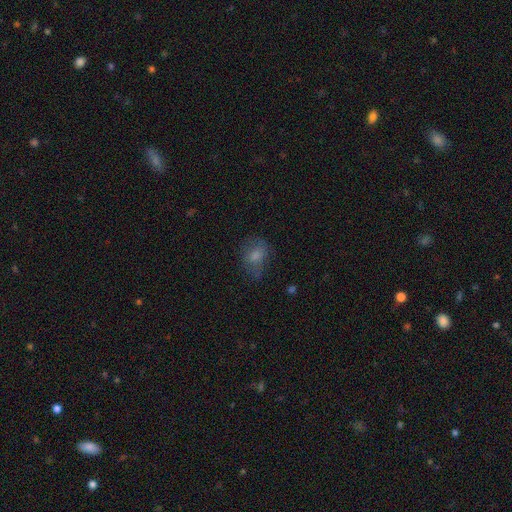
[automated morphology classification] Smooth or featured: smooth — 68% (featured or disk — 20%)
How rounded: in between — 64% (round — 35%)
Merging: none — 54% (minor disturbance — 25%)